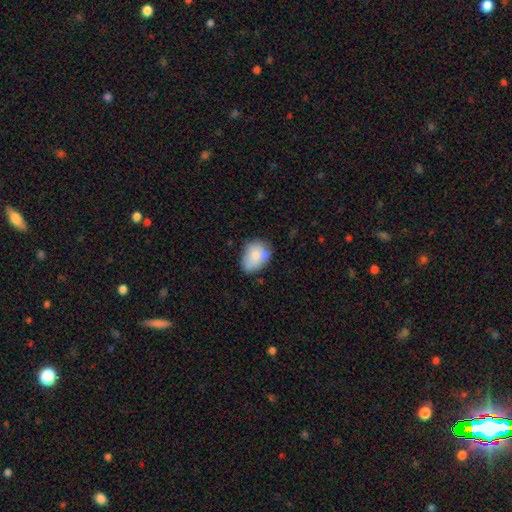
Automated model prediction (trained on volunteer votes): Morphology: type=smooth (79%); roundness=in between (68%); merging=none (60%).